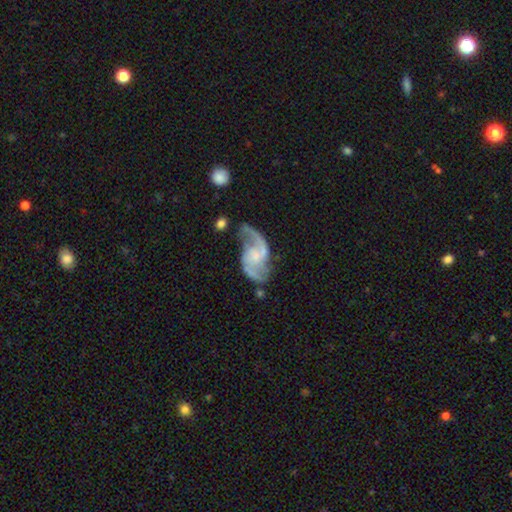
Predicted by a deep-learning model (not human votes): Overall: featured or disk (88%). Edge-on disk: no (98%). Bar: no (51%; weak 39%). Spiral arms: yes (96%). Spiral arm count: 2 (90%). Spiral winding: loose (49%; medium 41%). Bulge size: small (41%; none 27%). Merging: none (55%; minor disturbance 22%).